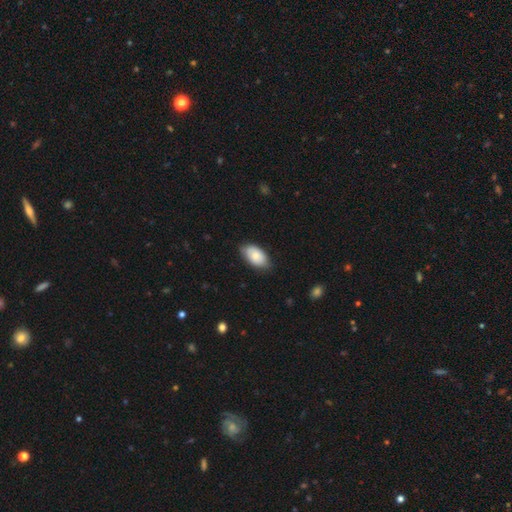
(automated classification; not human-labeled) Morphology: type=smooth (76%); roundness=in between (94%); merging=none (77%).